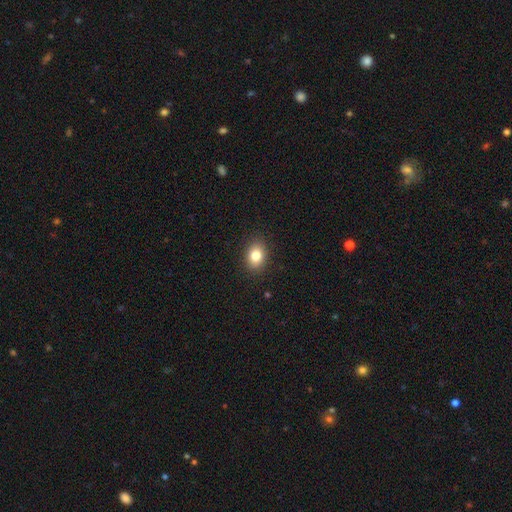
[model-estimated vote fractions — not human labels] Smooth or featured?
  - smooth: 82% *
  - star or artifact: 10%
  - featured or disk: 8%
How rounded?
  - in between: 66% *
  - round: 33%
  - cigar-shaped: 1%
Merging?
  - none: 88% *
  - minor disturbance: 8%
  - major disturbance: 2%
  - merger: 1%